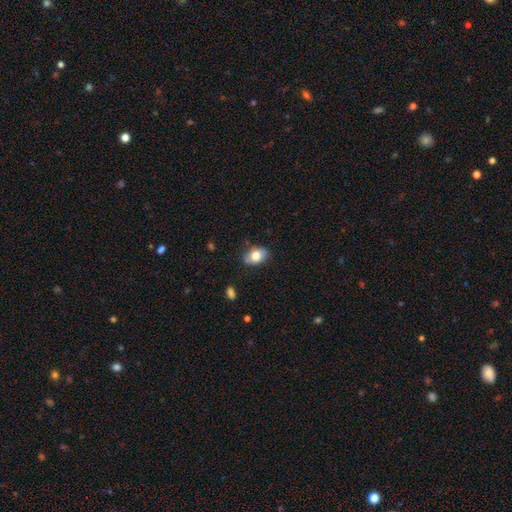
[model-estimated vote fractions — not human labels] Overall: smooth (79%). How rounded: in between (83%). Merging: none (81%).